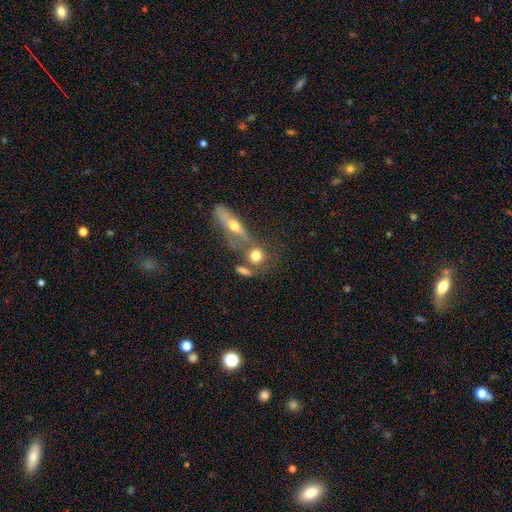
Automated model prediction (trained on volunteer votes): Overall: smooth (72%). How rounded: round (63%; in between 30%). Merging: none (47%; merger 32%).